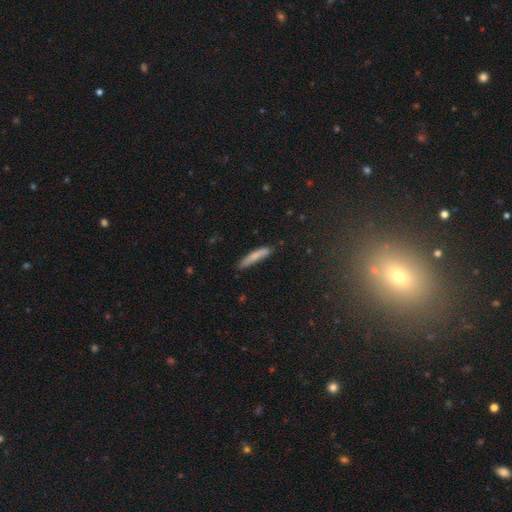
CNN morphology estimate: Overall: smooth (76%). How rounded: cigar-shaped (91%). Merging: none (76%).